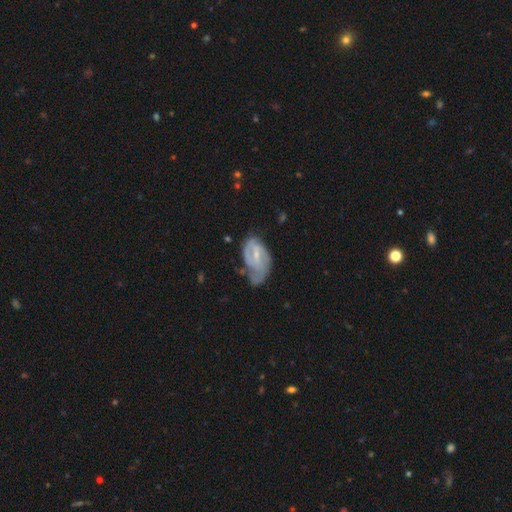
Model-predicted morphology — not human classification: The model was most divided on "merging" (2-way tie): minor disturbance: 36%, none: 36%, major disturbance: 22%, merger: 5%. Remaining: edge-on disk — no (96%); spiral arms — yes (84%); smooth or featured — featured or disk (73%); bulge size — small (64%); spiral arm count — 2 (56%); bar — weak (52%); spiral winding — tight (42%).